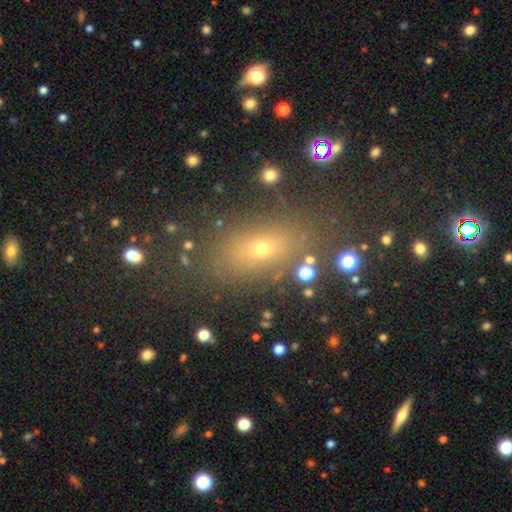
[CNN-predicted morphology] The model was most divided on "smooth or featured": smooth: 53%, star or artifact: 29%, featured or disk: 17%. More confident: merging — none (79%); how rounded — in between (68%).